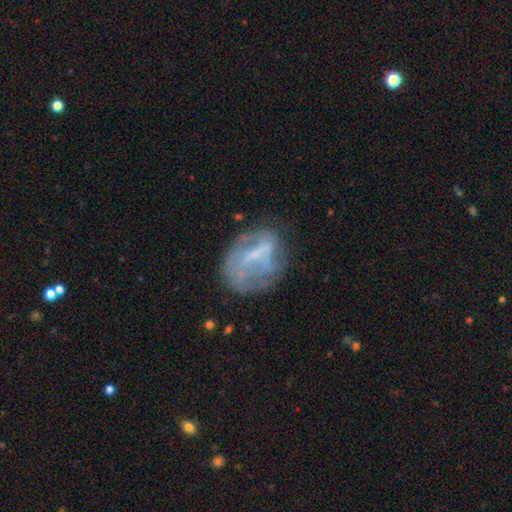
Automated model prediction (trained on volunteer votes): Overall: featured or disk (61%; smooth 29%). Edge-on disk: no (96%). Bar: weak (40%; strong 32%). Spiral arms: no (62%; yes 38%). Bulge size: small (39%, tied with none). Merging: none (51%; minor disturbance 24%).